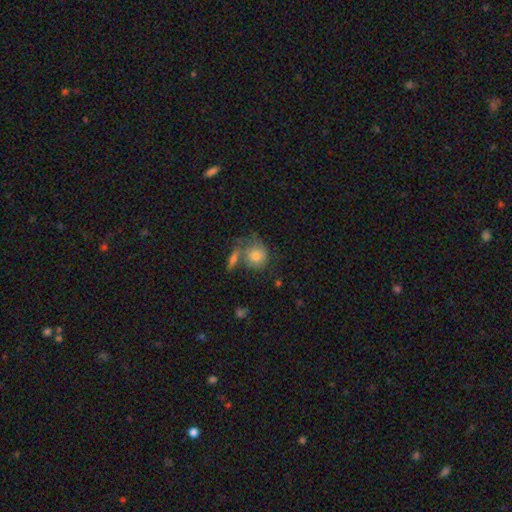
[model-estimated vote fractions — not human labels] smooth 67%, featured or disk 24%, star or artifact 9%. Down the decision tree: how rounded — round (74%); merging — none (43%).